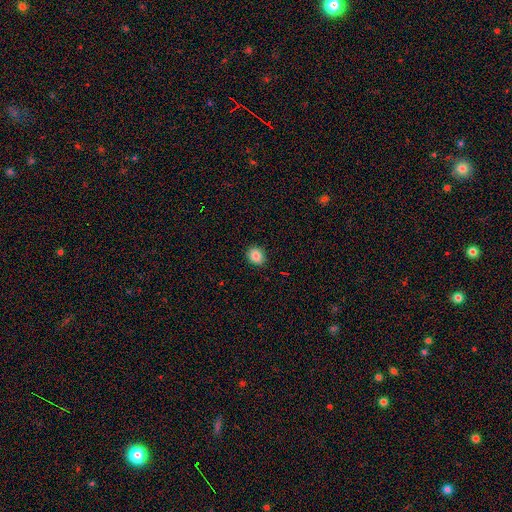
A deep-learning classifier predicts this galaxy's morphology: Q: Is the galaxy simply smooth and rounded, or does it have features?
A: smooth — 85%.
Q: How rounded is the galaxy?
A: round — 55%.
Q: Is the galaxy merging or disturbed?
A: none — 88%.